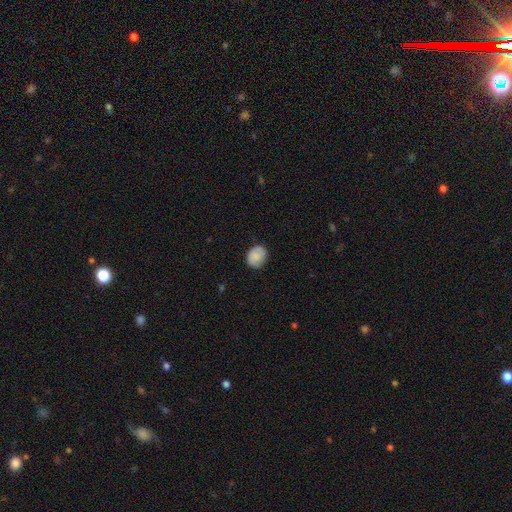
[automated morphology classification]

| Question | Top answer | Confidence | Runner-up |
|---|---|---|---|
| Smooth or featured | smooth | 80% | featured or disk (12%) |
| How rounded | round | 62% | in between (37%) |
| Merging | none | 76% | minor disturbance (19%) |